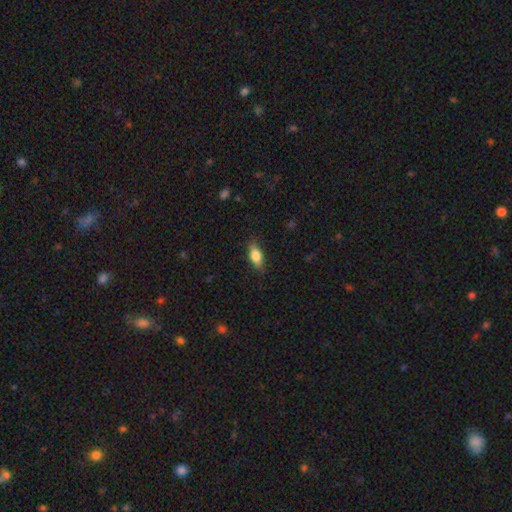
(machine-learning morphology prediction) A smooth galaxy with no disk features (75%) that is in between round and cigar-shaped (80%). Merging: none (83%).